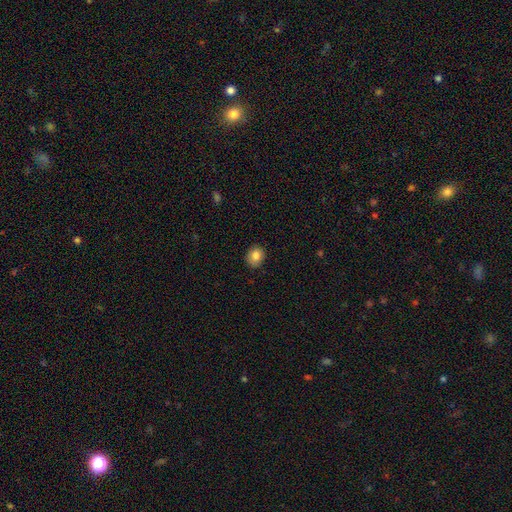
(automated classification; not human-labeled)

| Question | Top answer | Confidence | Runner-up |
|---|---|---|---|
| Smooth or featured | smooth | 83% | star or artifact (9%) |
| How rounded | round | 65% | in between (34%) |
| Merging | none | 87% | minor disturbance (10%) |